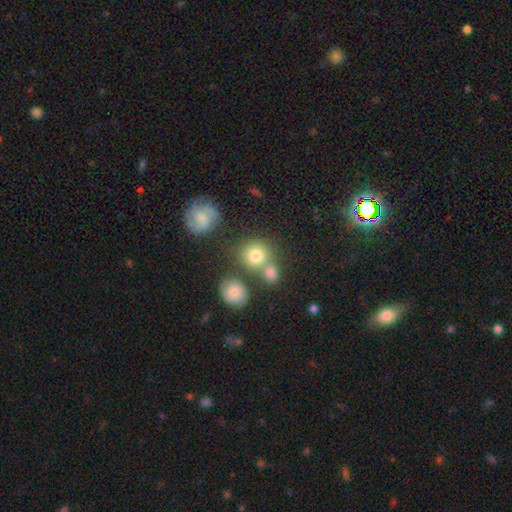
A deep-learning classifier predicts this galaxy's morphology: smooth_or_featured: smooth (p=0.76) [alt: star or artifact p=0.12]
how_rounded: round (p=0.83) [alt: in between p=0.16]
merging: none (p=0.58) [alt: merger p=0.28]